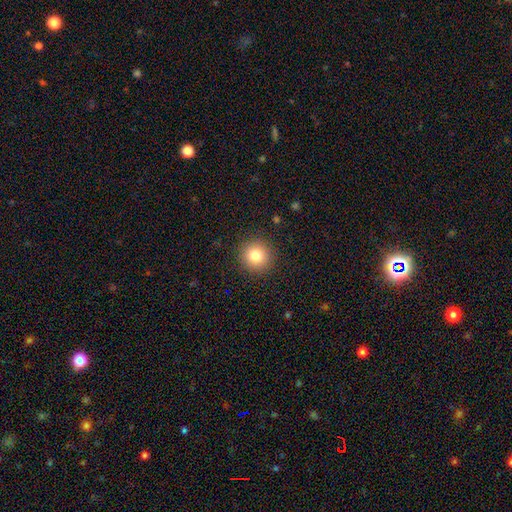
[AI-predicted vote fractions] Overall: smooth (80%). How rounded: round (95%). Merging: none (91%).